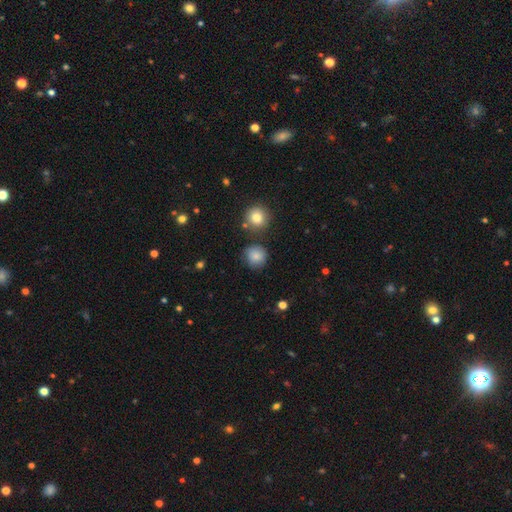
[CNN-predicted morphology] Smooth or featured: smooth — 84% (star or artifact — 10%)
How rounded: round — 91% (in between — 8%)
Merging: none — 78% (minor disturbance — 13%)